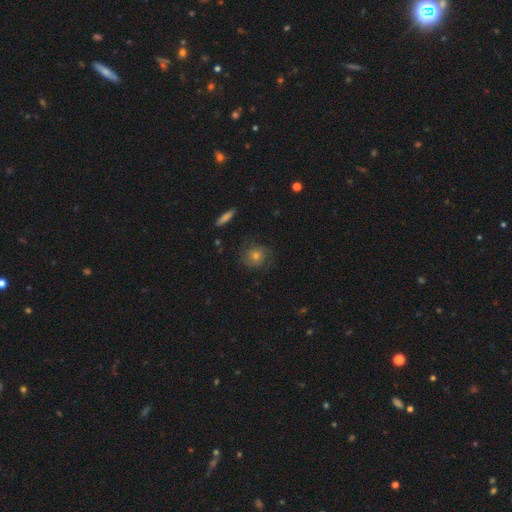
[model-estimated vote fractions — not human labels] Morphology: type=featured or disk (47%); merging=none (78%).